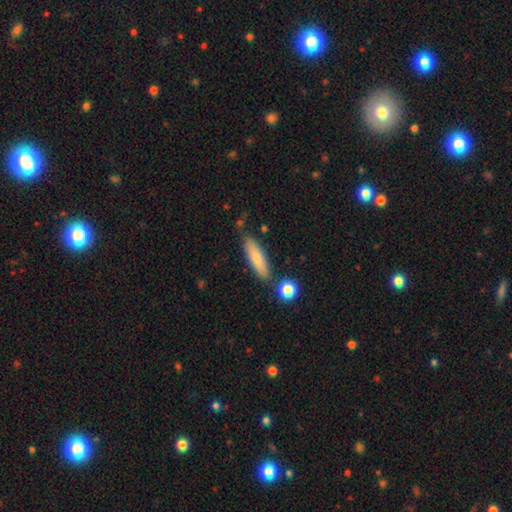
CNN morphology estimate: The model was most divided on "how rounded": cigar-shaped: 69%, in between: 29%, round: 2%. More confident: merging — none (79%); smooth or featured — smooth (71%).